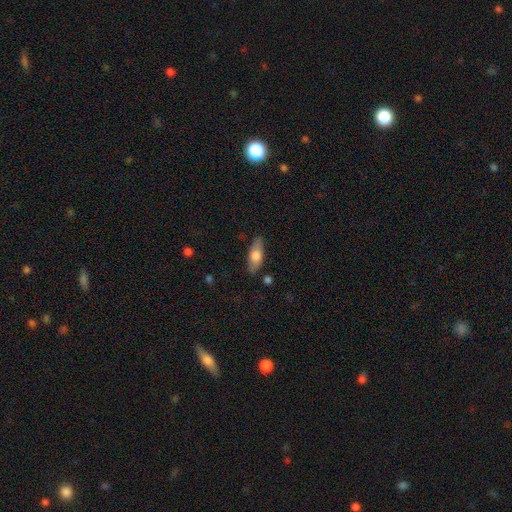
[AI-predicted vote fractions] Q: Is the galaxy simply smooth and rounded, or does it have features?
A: smooth — 65%.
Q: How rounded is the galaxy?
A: in between — 74%.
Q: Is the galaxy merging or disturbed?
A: none — 83%.